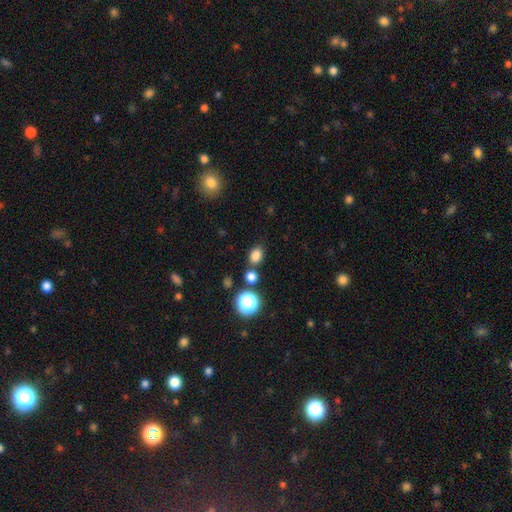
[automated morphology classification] Smooth or featured: smooth — 80% (star or artifact — 15%)
How rounded: in between — 56% (round — 43%)
Merging: none — 75% (merger — 11%)